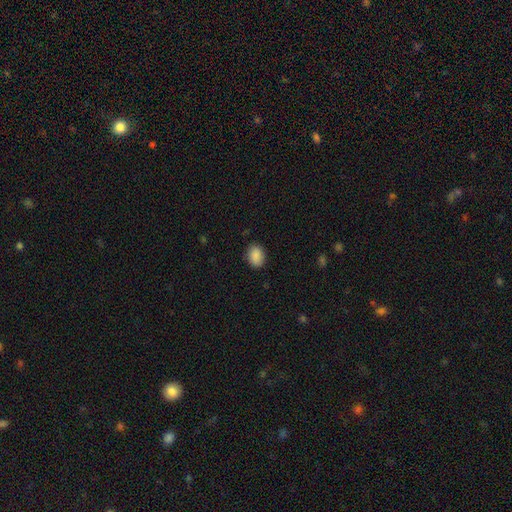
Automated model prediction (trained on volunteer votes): Smooth or featured: smooth — 89% (star or artifact — 7%)
How rounded: in between — 70% (round — 29%)
Merging: none — 87% (minor disturbance — 10%)